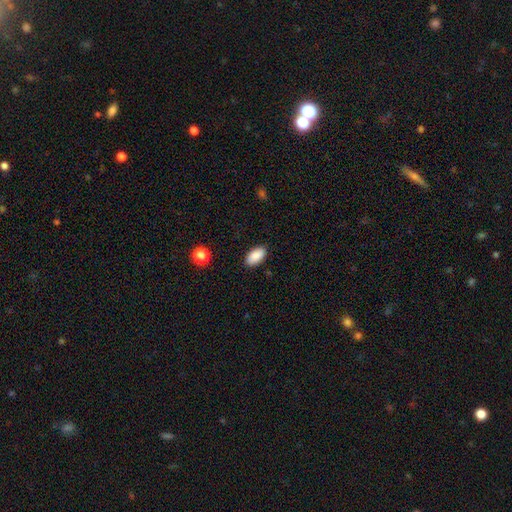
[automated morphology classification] A smooth galaxy with no disk features (89%) that is in between round and cigar-shaped (94%).

Vote fractions:
- Smooth or featured? smooth: 89% / star or artifact: 7% / featured or disk: 4%
- How rounded? in between: 94% / round: 3% / cigar-shaped: 3%
- Merging? none: 88% / minor disturbance: 9% / major disturbance: 2% / merger: 1%